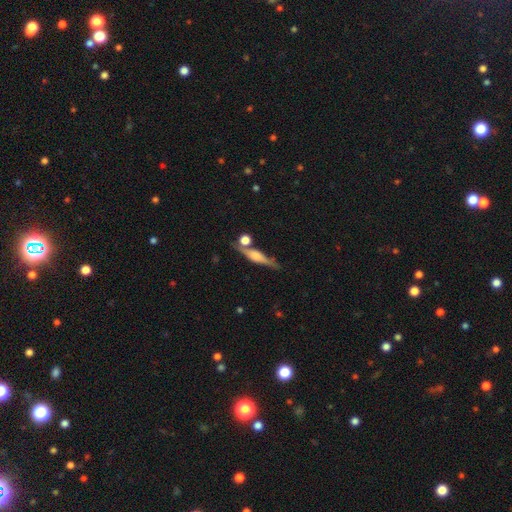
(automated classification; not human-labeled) smooth_or_featured: featured or disk (p=0.64) [alt: smooth p=0.28]
disk_edge_on: yes (p=0.95) [alt: no p=0.05]
edge_on_bulge: rounded (p=0.64) [alt: boxy p=0.28]
merging: none (p=0.70) [alt: minor disturbance p=0.14]